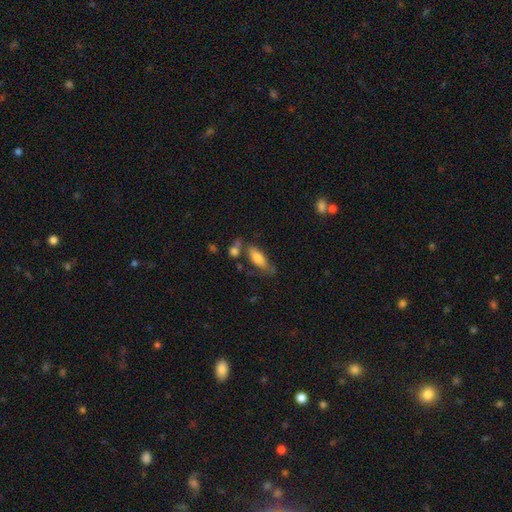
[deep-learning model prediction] Smooth or featured?
  - smooth: 72% *
  - featured or disk: 20%
  - star or artifact: 7%
How rounded?
  - in between: 72% *
  - cigar-shaped: 26%
  - round: 2%
Merging?
  - none: 55% *
  - minor disturbance: 22%
  - merger: 13%
  - major disturbance: 10%